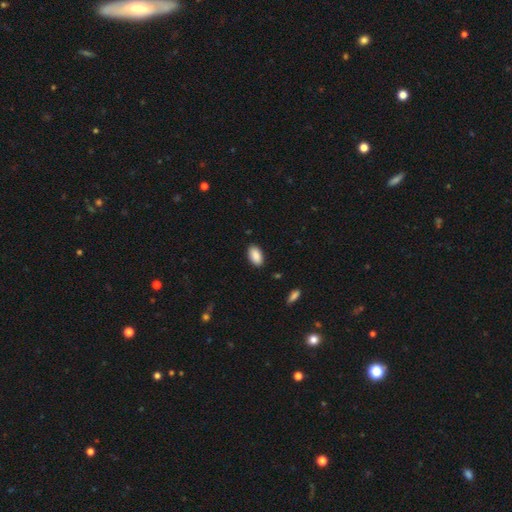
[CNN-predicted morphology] Smooth or featured?
  - smooth: 89% *
  - star or artifact: 7%
  - featured or disk: 4%
How rounded?
  - in between: 94% *
  - round: 4%
  - cigar-shaped: 2%
Merging?
  - none: 88% *
  - minor disturbance: 9%
  - major disturbance: 2%
  - merger: 1%